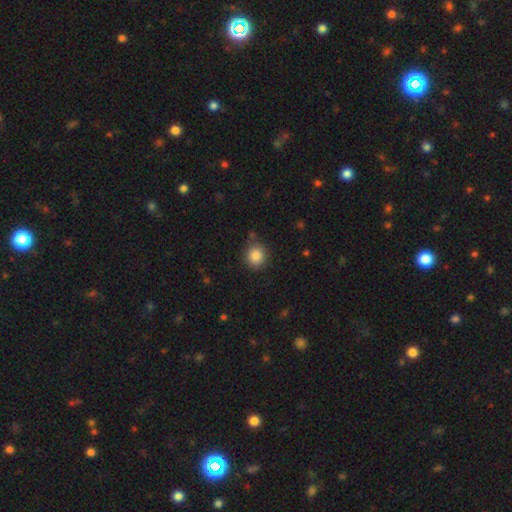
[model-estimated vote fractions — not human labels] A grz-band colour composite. It shows a smooth galaxy with no disk features (87%) that is round (84%). Merging: none (83%).